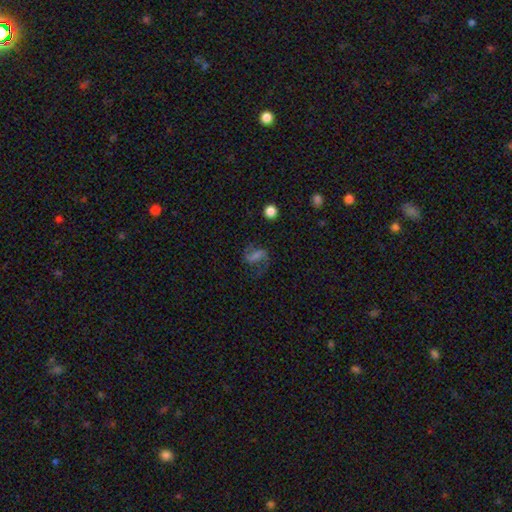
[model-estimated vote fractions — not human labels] featured or disk 61%, smooth 25%, star or artifact 14%. Down the decision tree: edge-on disk — no (97%); bar — strong (40%); spiral arms — yes (89%); spiral arm count — 2 (85%); spiral winding — loose (52%); bulge size — none (44%); merging — none (65%).